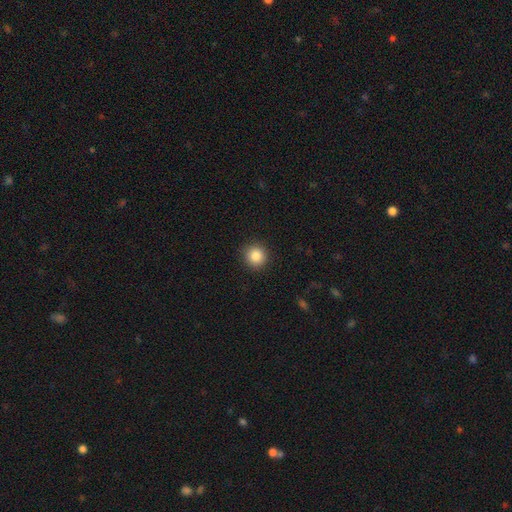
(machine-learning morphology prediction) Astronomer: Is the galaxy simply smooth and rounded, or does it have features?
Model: smooth — 86%.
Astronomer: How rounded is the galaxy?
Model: round — 93%.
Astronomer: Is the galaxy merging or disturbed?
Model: none — 91%.